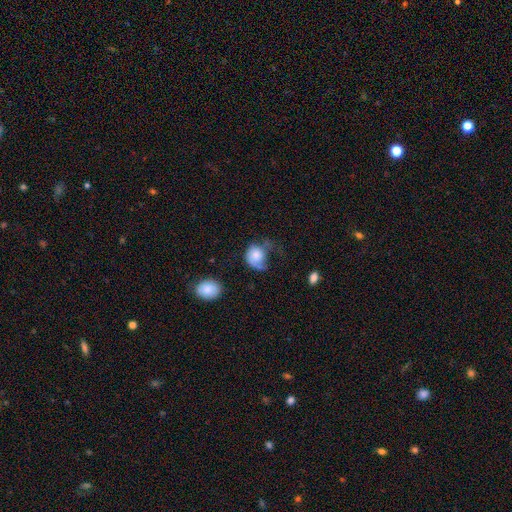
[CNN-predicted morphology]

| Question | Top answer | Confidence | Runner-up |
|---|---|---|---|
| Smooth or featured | smooth | 65% | featured or disk (27%) |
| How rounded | round | 61% | in between (38%) |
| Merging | major disturbance | 48% | minor disturbance (24%) |